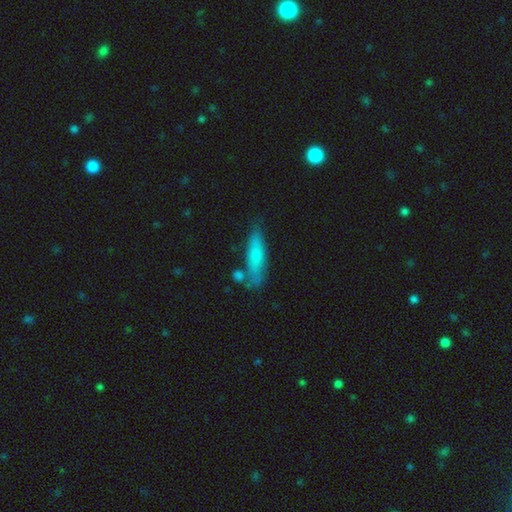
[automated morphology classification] smooth 68%, featured or disk 25%, star or artifact 7%. Down the decision tree: how rounded — cigar-shaped (71%); merging — none (64%).